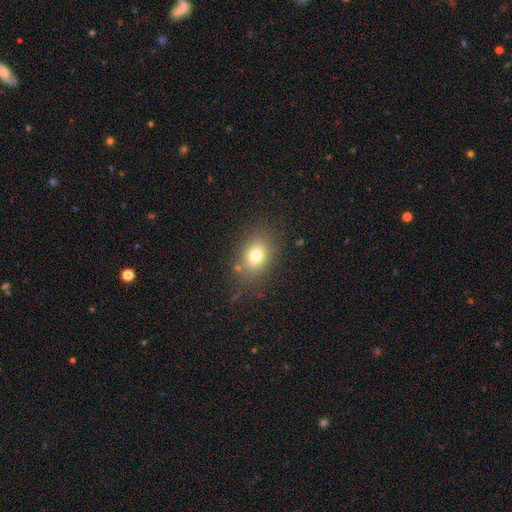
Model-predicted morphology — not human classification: smooth_or_featured: smooth (p=0.76) [alt: star or artifact p=0.13]
how_rounded: in between (p=0.60) [alt: round p=0.39]
merging: none (p=0.79) [alt: minor disturbance p=0.13]